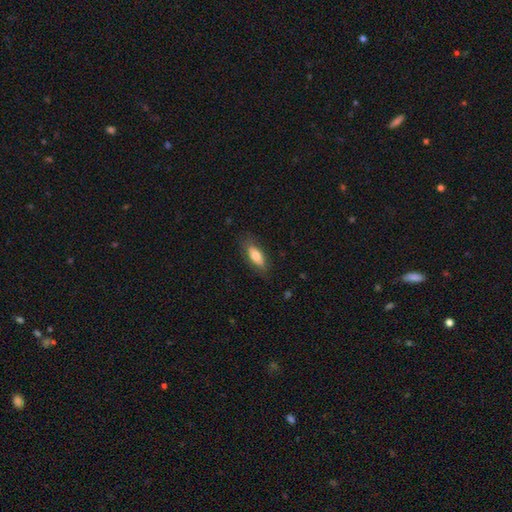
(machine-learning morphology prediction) Smooth or featured: smooth — 72% (featured or disk — 22%)
How rounded: in between — 78% (cigar-shaped — 20%)
Merging: none — 78% (minor disturbance — 16%)